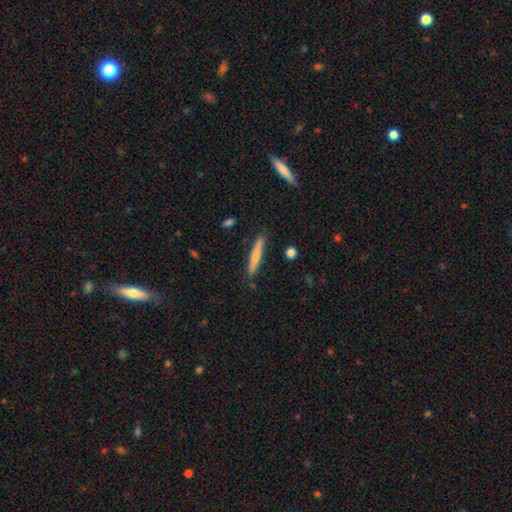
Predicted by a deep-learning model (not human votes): Smooth or featured? smooth (66%)
How rounded? cigar-shaped (94%)
Merging? none (86%)